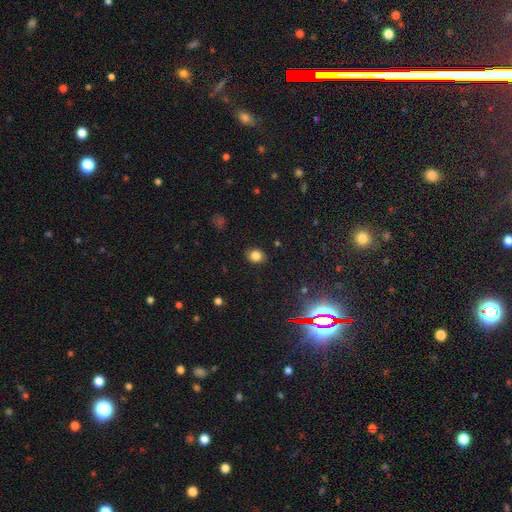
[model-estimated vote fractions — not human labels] smooth_or_featured: smooth (p=0.81) [alt: star or artifact p=0.13]
how_rounded: round (p=0.60) [alt: in between p=0.39]
merging: none (p=0.86) [alt: minor disturbance p=0.10]